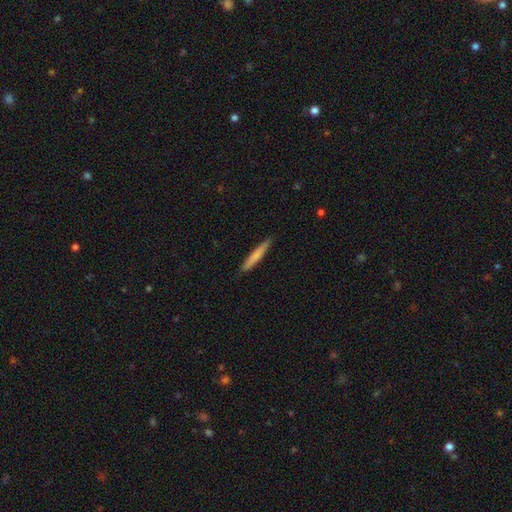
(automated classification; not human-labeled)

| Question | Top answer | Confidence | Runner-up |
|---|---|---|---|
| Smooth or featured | smooth | 72% | featured or disk (22%) |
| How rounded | cigar-shaped | 95% | in between (4%) |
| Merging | none | 89% | minor disturbance (8%) |